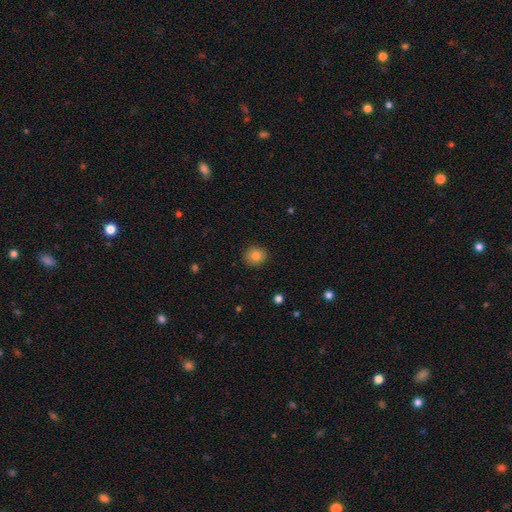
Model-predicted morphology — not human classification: A smooth galaxy with no disk features (83%) that is round (76%). Merging: none (90%).